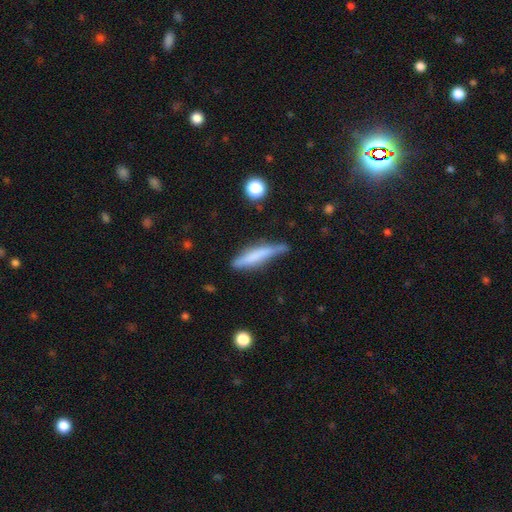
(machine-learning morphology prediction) type=smooth (64%); roundness=cigar-shaped (87%); merging=none (57%).